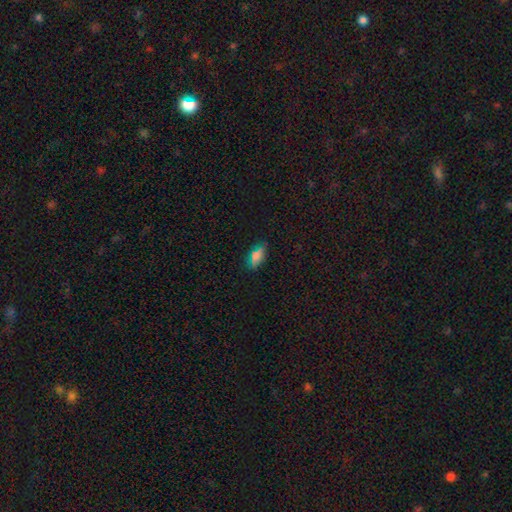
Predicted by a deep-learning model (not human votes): Smooth or featured? Predicted: smooth (p=0.70). How rounded? Predicted: in between (p=0.84). Merging? Predicted: none (p=0.74).